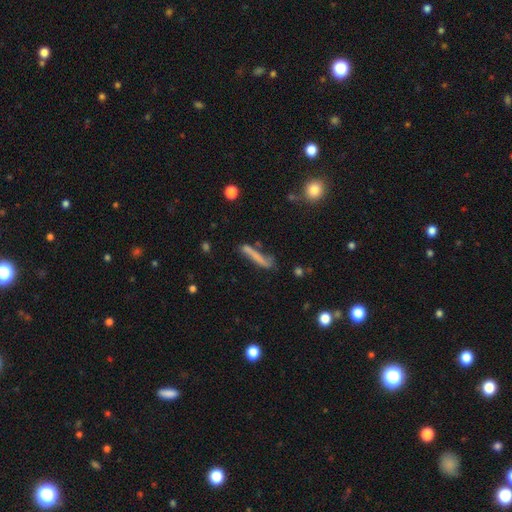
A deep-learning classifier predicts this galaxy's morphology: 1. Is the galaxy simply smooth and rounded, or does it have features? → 60% smooth, 30% featured or disk, 10% star or artifact.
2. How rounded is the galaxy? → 90% cigar-shaped, 8% in between, 2% round.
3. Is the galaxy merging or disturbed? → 55% none, 25% minor disturbance, 11% major disturbance, 9% merger.